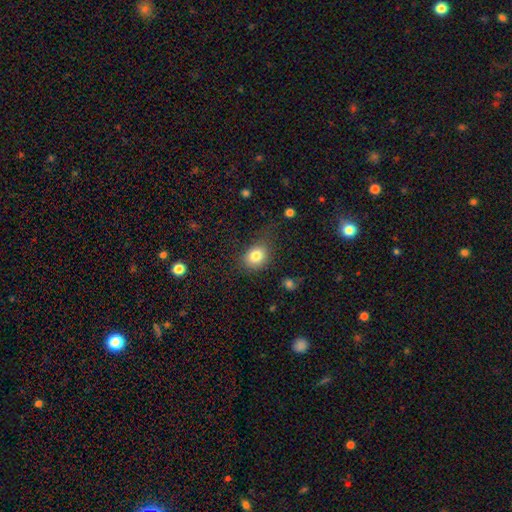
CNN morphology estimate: Q: Smooth or featured?
A: smooth (81%); runner-up: star or artifact (10%)
Q: How rounded?
A: round (52%); runner-up: in between (47%)
Q: Merging?
A: none (68%); runner-up: minor disturbance (21%)